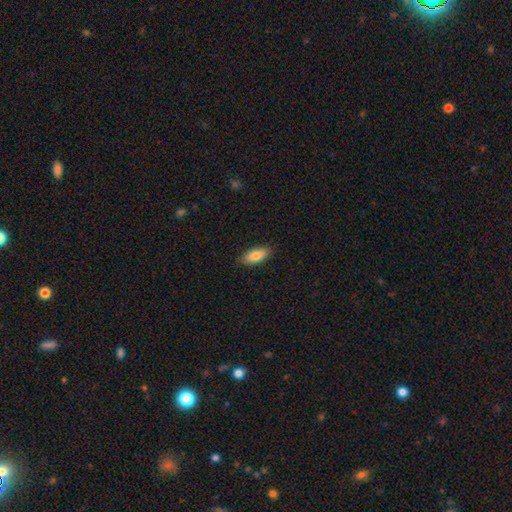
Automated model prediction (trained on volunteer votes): Overall: smooth (84%). How rounded: in between (82%). Merging: none (87%).